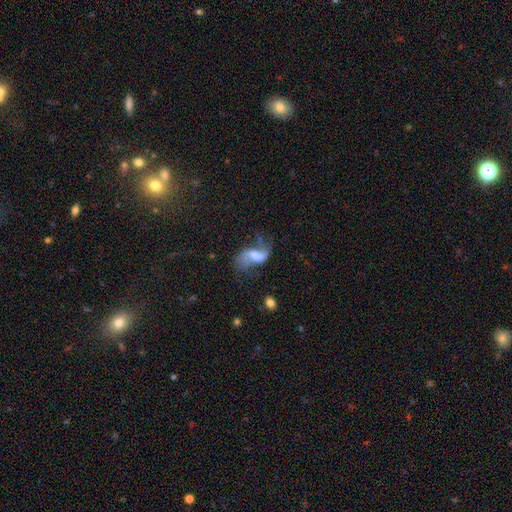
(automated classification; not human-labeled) Smooth or featured? featured or disk (72%)
Edge-on disk? no (97%)
Bar? weak (46%)
Spiral arms? yes (86%)
Spiral winding? loose (81%)
Spiral arm count? 2 (86%)
Bulge size? small (31%)
Merging? none (42%)